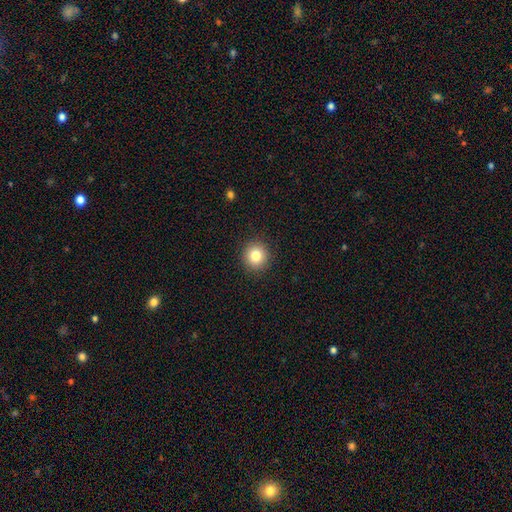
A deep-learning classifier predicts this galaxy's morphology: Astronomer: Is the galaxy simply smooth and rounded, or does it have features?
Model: smooth — 82%.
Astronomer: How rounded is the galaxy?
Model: round — 92%.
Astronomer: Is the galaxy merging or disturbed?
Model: none — 92%.